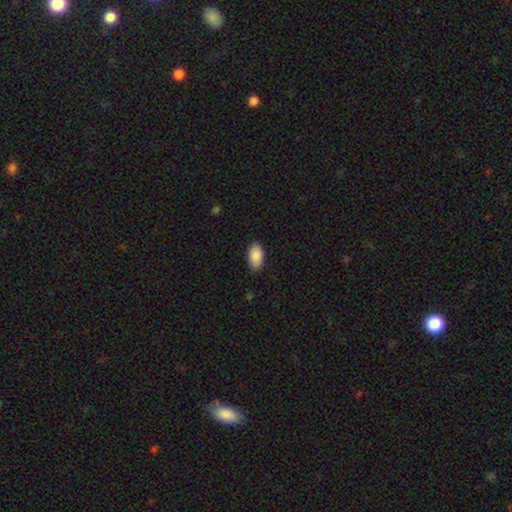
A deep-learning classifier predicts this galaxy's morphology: type=smooth (90%); roundness=in between (94%); merging=none (85%).